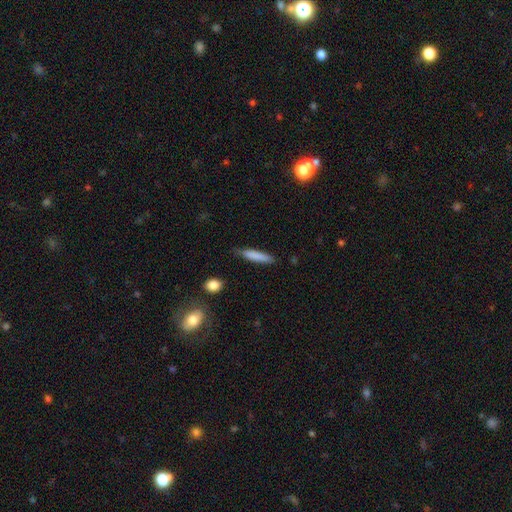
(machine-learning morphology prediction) The model was most divided on "merging": none: 79%, minor disturbance: 17%, major disturbance: 3%, merger: 2%. More confident: how rounded — cigar-shaped (88%); smooth or featured — smooth (82%).